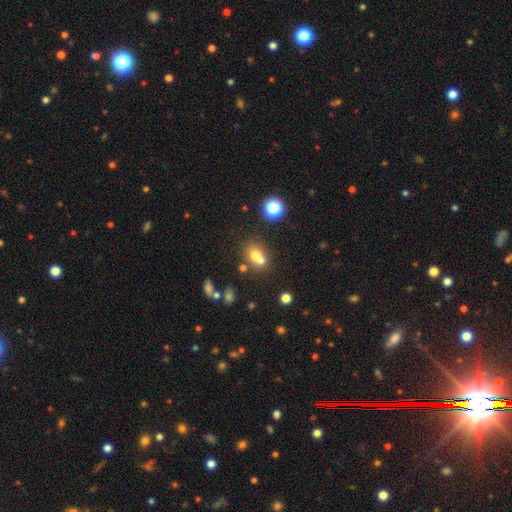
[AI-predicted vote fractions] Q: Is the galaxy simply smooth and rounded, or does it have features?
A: smooth — 65%.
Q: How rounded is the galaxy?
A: round — 61%.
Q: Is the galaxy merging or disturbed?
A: merger — 52%.